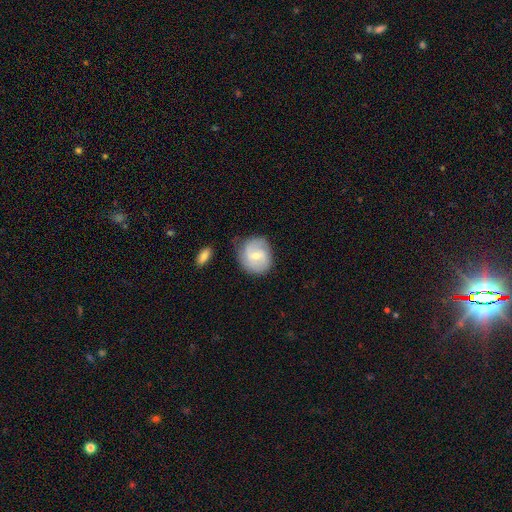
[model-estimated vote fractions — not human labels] featured or disk 59%, smooth 34%, star or artifact 6%. Down the decision tree: edge-on disk — no (97%); bar — weak (55%); spiral arms — yes (85%); bulge size — moderate (50%); merging — none (69%).